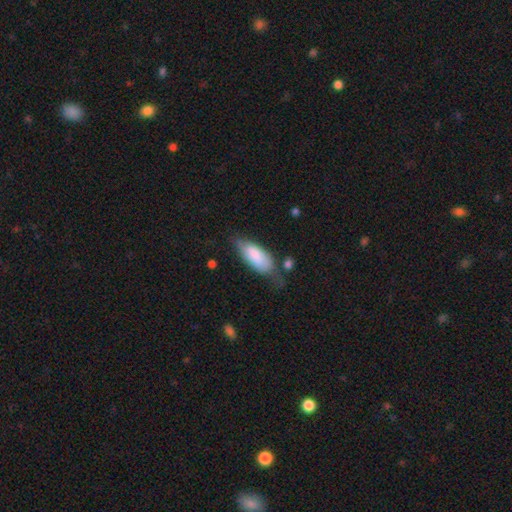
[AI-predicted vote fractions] A smooth galaxy with no disk features (78%) that is in between round and cigar-shaped (80%). Merging: none (41%).